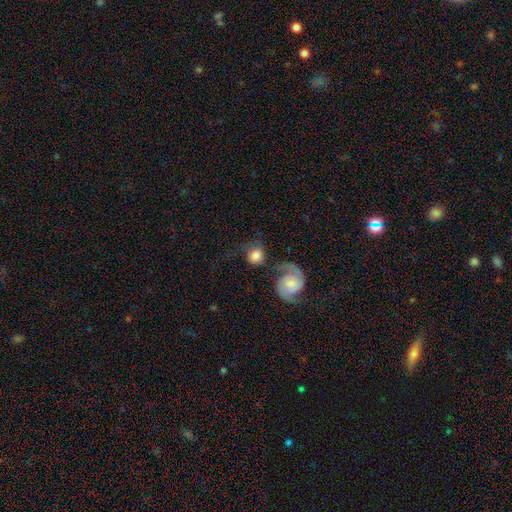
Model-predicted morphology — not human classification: A smooth galaxy with no disk features (55%) that is round (79%).

Vote fractions:
- Smooth or featured? smooth: 55% / featured or disk: 38% / star or artifact: 7%
- How rounded? round: 79% / in between: 20% / cigar-shaped: 1%
- Merging? none: 39% / merger: 34% / major disturbance: 14% / minor disturbance: 13%